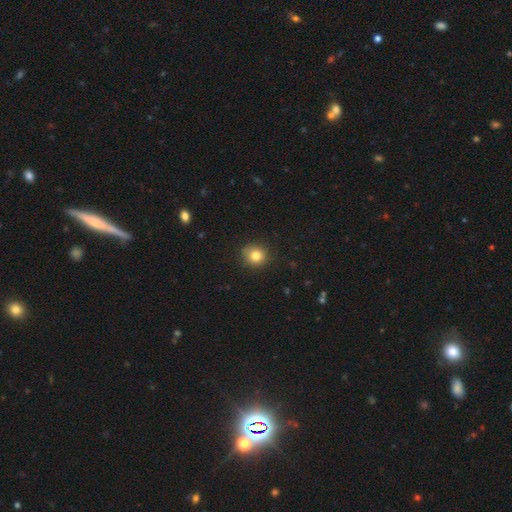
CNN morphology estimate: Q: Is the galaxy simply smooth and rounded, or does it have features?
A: smooth — 82%.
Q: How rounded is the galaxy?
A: round — 87%.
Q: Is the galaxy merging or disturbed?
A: none — 86%.